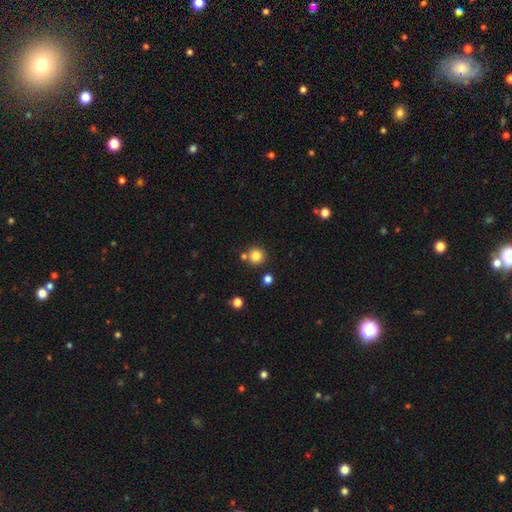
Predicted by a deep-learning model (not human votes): smooth_or_featured: smooth (p=0.82) [alt: star or artifact p=0.12]
how_rounded: round (p=0.94) [alt: in between p=0.05]
merging: none (p=0.78) [alt: merger p=0.12]